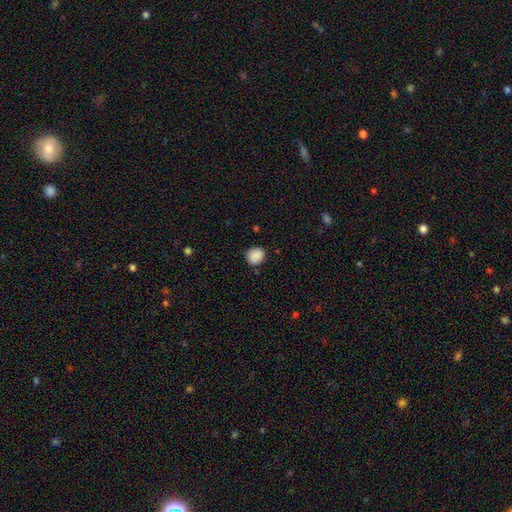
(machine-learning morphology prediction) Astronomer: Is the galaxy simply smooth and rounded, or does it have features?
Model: smooth — 89%.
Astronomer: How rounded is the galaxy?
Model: round — 77%.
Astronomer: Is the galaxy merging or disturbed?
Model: none — 83%.